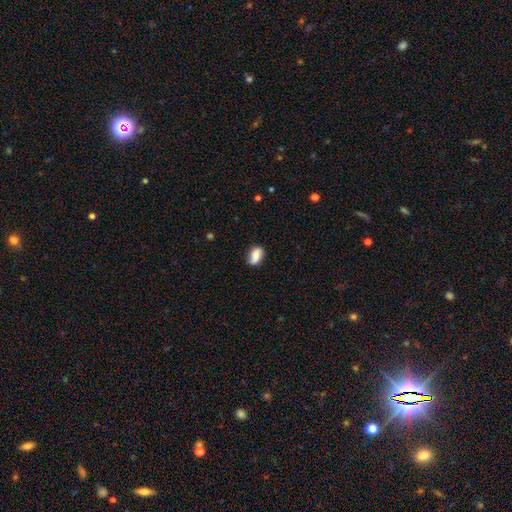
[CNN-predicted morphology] Smooth or featured: smooth — 83% (featured or disk — 10%)
How rounded: in between — 89% (round — 8%)
Merging: none — 78% (minor disturbance — 16%)